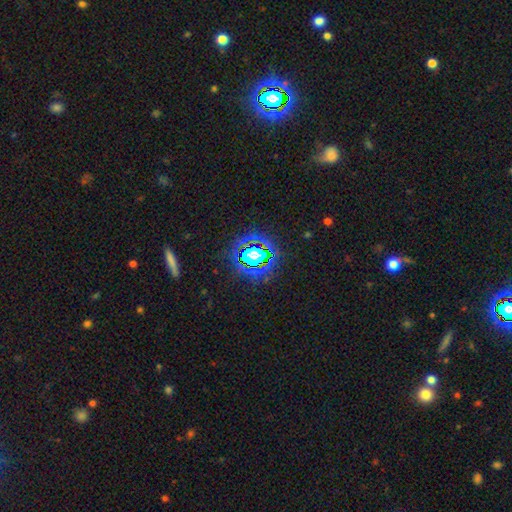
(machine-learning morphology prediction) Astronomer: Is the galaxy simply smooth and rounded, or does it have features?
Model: star or artifact — 78%.